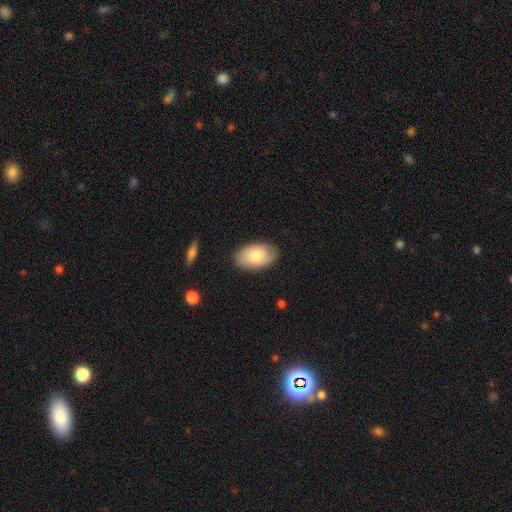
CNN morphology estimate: type=smooth (79%); roundness=in between (92%); merging=none (85%).